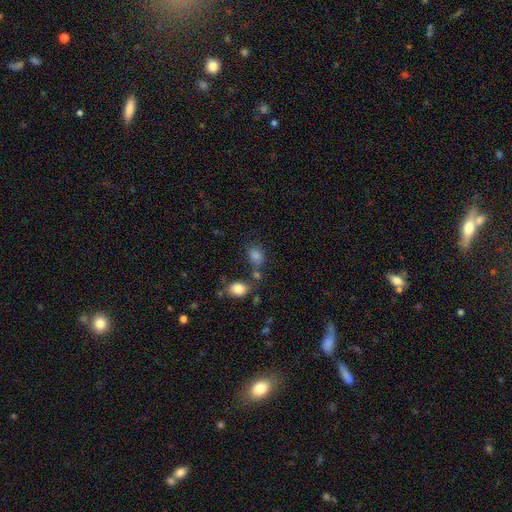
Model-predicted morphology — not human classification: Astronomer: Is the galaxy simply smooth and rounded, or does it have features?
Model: smooth — 80%.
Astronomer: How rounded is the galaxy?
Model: in between — 59% (runner-up: round, 40%).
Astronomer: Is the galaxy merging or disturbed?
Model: none — 66%.